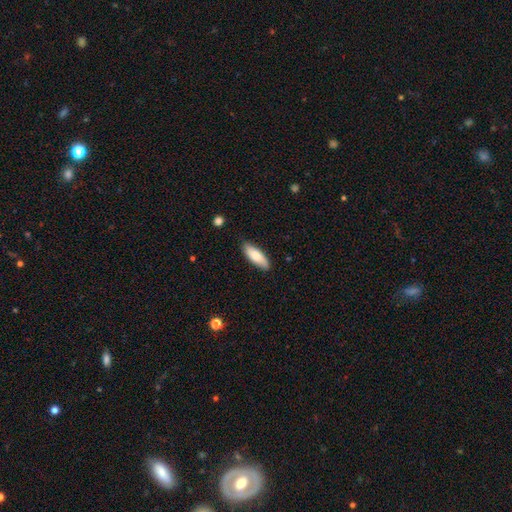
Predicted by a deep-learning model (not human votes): The model was most divided on "how rounded": in between: 63%, cigar-shaped: 35%, round: 2%. More confident: merging — none (85%); smooth or featured — smooth (80%).